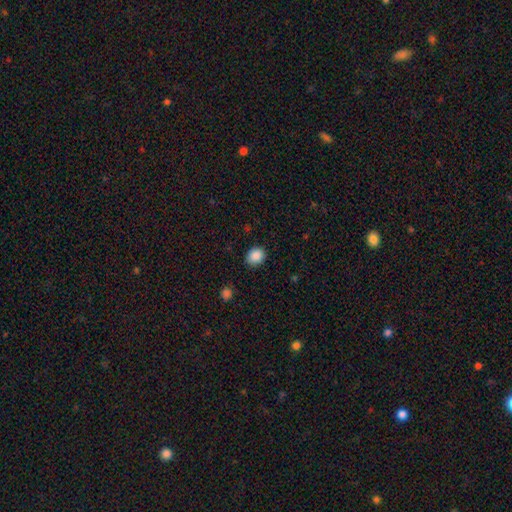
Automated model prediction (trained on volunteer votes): A smooth galaxy with no disk features (88%) that is round (62%).

Vote fractions:
- Smooth or featured? smooth: 88% / star or artifact: 9% / featured or disk: 3%
- How rounded? round: 62% / in between: 37% / cigar-shaped: 1%
- Merging? none: 86% / minor disturbance: 11% / major disturbance: 3% / merger: 1%